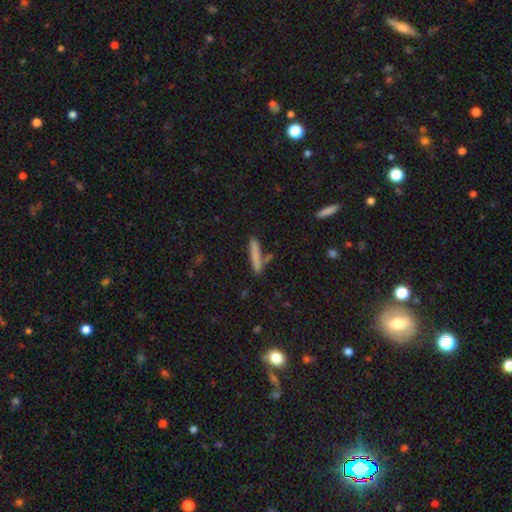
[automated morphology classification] A smooth galaxy with no disk features (75%) that is cigar-shaped (92%).

Vote fractions:
- Smooth or featured? smooth: 75% / featured or disk: 18% / star or artifact: 7%
- How rounded? cigar-shaped: 92% / in between: 6% / round: 2%
- Merging? none: 75% / minor disturbance: 13% / merger: 9% / major disturbance: 3%